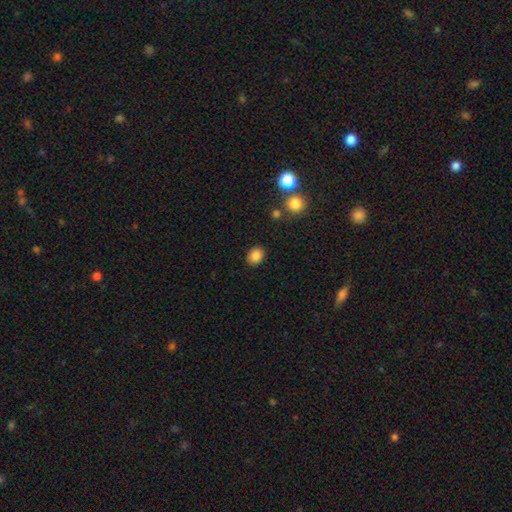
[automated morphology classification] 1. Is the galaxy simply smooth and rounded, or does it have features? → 85% smooth, 10% star or artifact, 6% featured or disk.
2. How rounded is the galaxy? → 54% round, 45% in between, 1% cigar-shaped.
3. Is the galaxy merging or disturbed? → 88% none, 8% minor disturbance, 2% major disturbance, 2% merger.